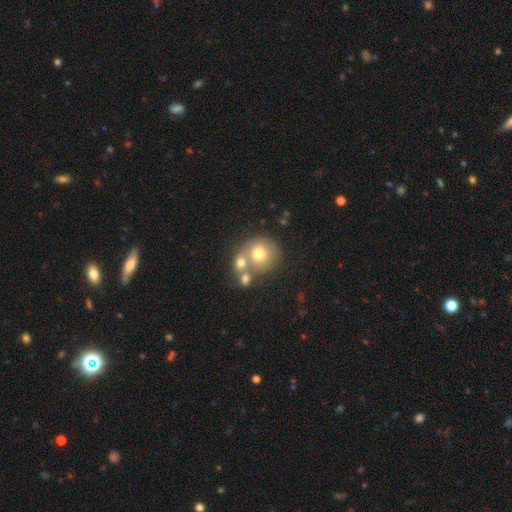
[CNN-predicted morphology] smooth 62%, featured or disk 22%, star or artifact 16%. Down the decision tree: how rounded — round (85%); merging — none (48%).